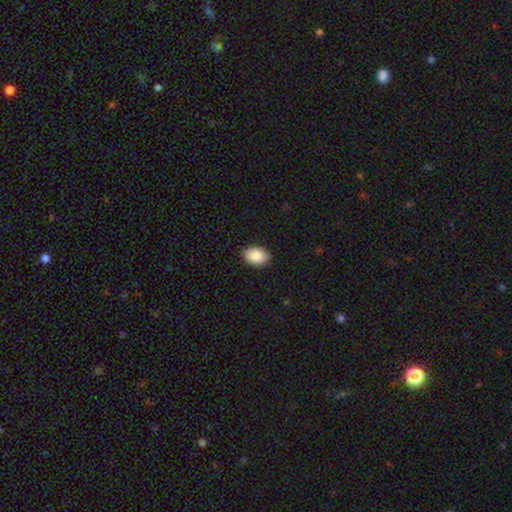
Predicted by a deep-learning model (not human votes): smooth_or_featured: smooth (p=0.87) [alt: star or artifact p=0.07]
how_rounded: in between (p=0.88) [alt: round p=0.11]
merging: none (p=0.88) [alt: minor disturbance p=0.09]